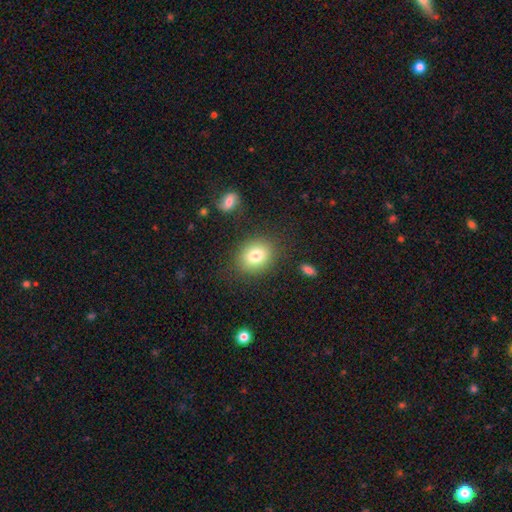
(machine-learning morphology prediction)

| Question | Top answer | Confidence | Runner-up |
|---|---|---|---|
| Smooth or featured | smooth | 80% | featured or disk (10%) |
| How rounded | round | 57% | in between (42%) |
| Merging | none | 83% | minor disturbance (11%) |